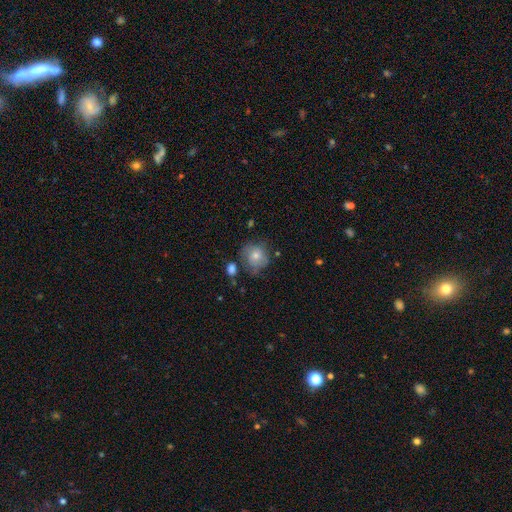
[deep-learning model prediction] smooth_or_featured: smooth (p=0.69) [alt: featured or disk p=0.22]
how_rounded: round (p=0.77) [alt: in between p=0.22]
merging: none (p=0.57) [alt: minor disturbance p=0.26]